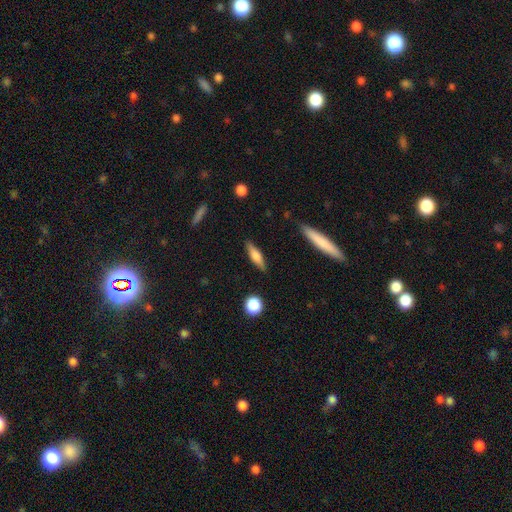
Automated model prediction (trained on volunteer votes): This is possibly a smooth galaxy (57%). How rounded: likely cigar-shaped (67%). Merging: clearly none (86%).